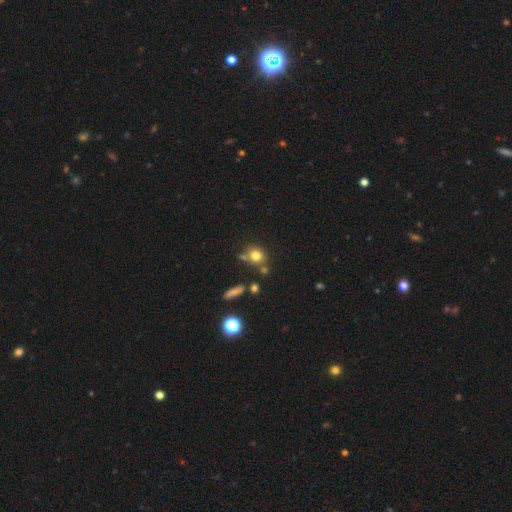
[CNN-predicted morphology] The model was most divided on "merging": none: 62%, merger: 18%, minor disturbance: 14%, major disturbance: 5%. More confident: smooth or featured — smooth (76%); how rounded — round (71%).